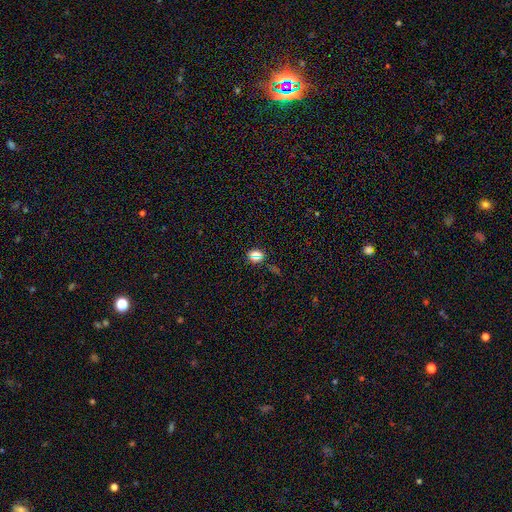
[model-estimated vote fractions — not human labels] Smooth or featured?
  - smooth: 65% *
  - star or artifact: 28%
  - featured or disk: 7%
How rounded?
  - round: 60% *
  - in between: 37%
  - cigar-shaped: 3%
Merging?
  - none: 82% *
  - minor disturbance: 10%
  - major disturbance: 4%
  - merger: 3%